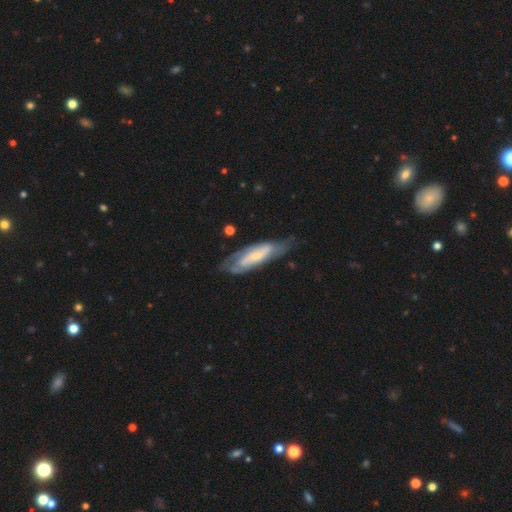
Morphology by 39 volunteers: A featured or disk galaxy (79%) with no bar (52%), 2 (48%) tight (48%) spiral arms (86%) and a moderate central bulge (48%). Merging: none (66%).